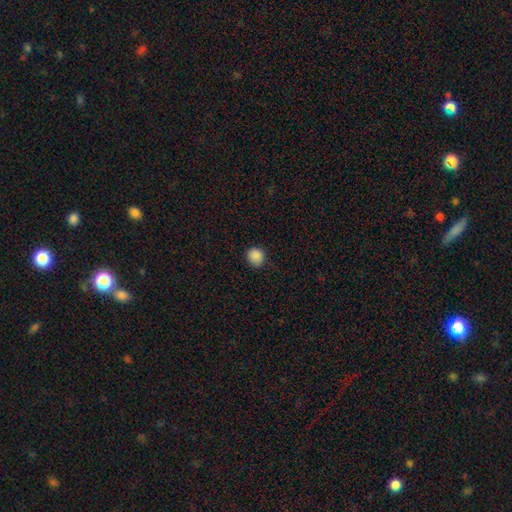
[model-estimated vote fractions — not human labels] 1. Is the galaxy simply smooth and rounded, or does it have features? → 88% smooth, 10% star or artifact, 2% featured or disk.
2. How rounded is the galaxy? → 87% round, 12% in between, 1% cigar-shaped.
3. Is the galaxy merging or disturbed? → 86% none, 10% minor disturbance, 2% major disturbance, 1% merger.